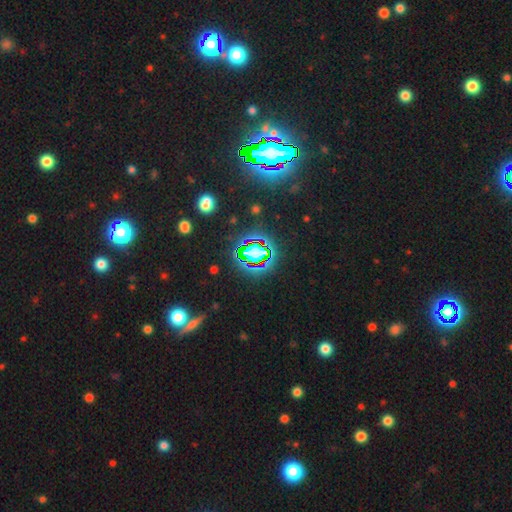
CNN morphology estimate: type=star or artifact (80%).